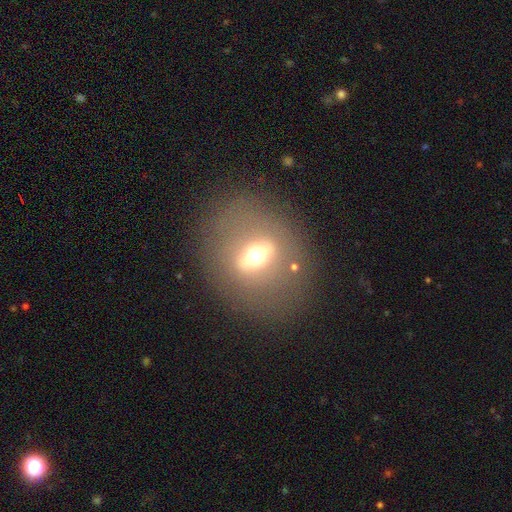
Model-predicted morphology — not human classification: featured or disk 48%, smooth 37%, star or artifact 14%. Down the decision tree: merging — none (80%).